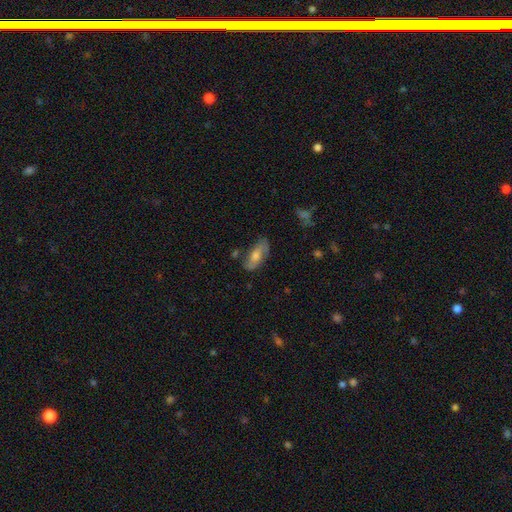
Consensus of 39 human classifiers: Overall: smooth (51%; featured or disk 41%). How rounded: in between (75%). Merging: none (53%; minor disturbance 31%).